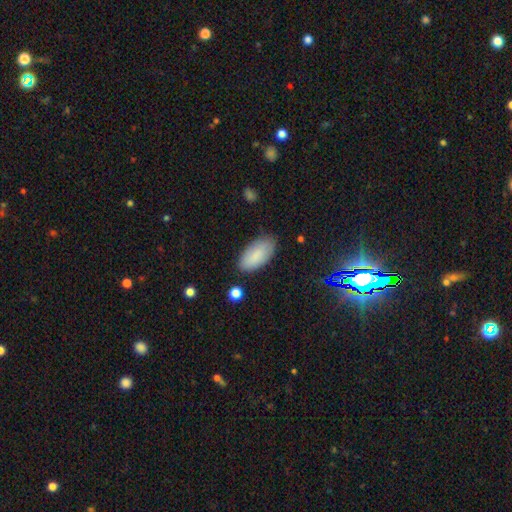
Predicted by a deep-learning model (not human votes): This appears to be a smooth galaxy with no disk features (84%) that is in between round and cigar-shaped (93%). Merging: none (81%).